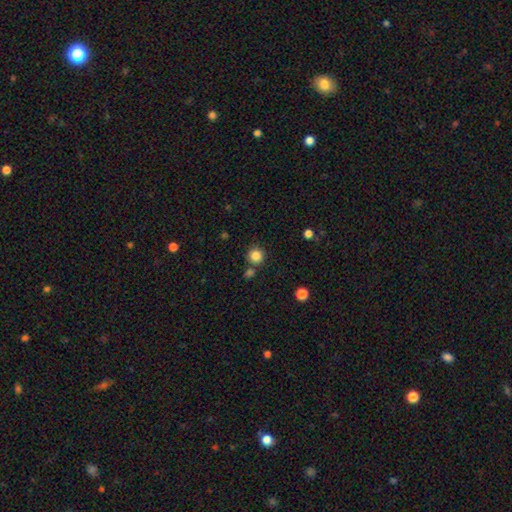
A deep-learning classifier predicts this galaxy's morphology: The model was most divided on "merging": none: 79%, merger: 10%, minor disturbance: 8%, major disturbance: 3%. More confident: how rounded — round (94%); smooth or featured — smooth (84%).